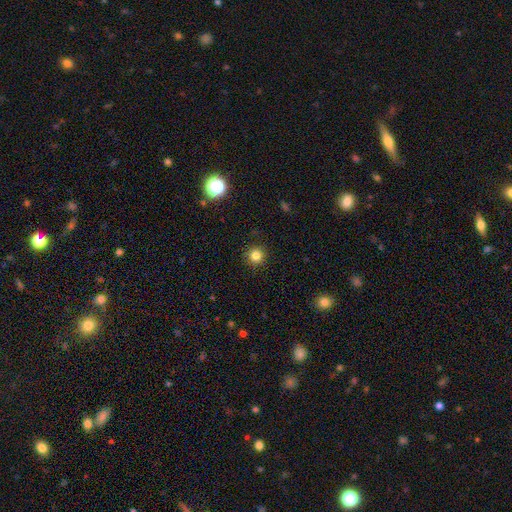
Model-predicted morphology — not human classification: The model was most divided on "smooth or featured": smooth: 82%, star or artifact: 13%, featured or disk: 5%. More confident: how rounded — round (95%); merging — none (91%).